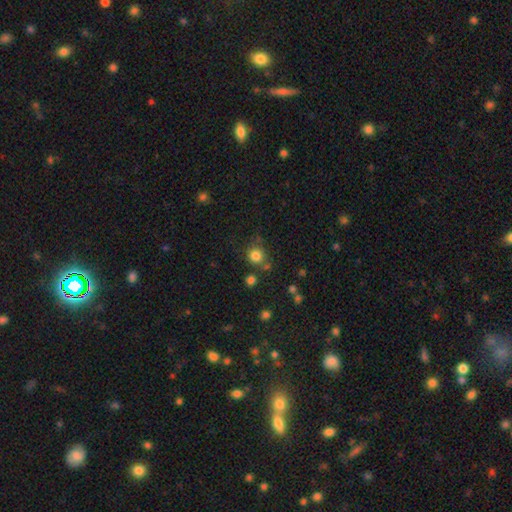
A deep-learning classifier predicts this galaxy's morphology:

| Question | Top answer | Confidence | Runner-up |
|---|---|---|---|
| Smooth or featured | smooth | 81% | star or artifact (13%) |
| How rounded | round | 90% | in between (9%) |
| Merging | none | 72% | minor disturbance (12%) |